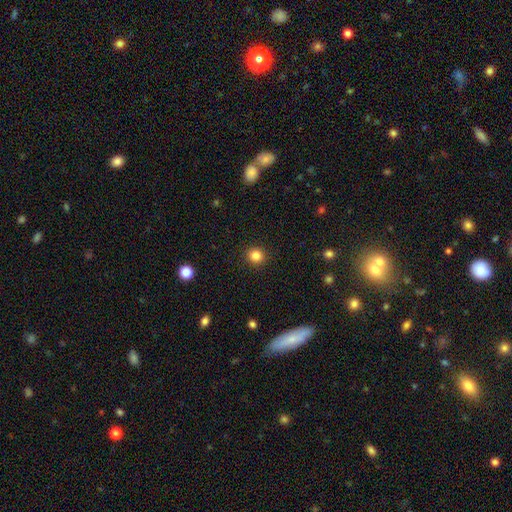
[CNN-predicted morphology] A smooth galaxy with no disk features (84%) that is round (92%).

Vote fractions:
- Smooth or featured? smooth: 84% / star or artifact: 12% / featured or disk: 4%
- How rounded? round: 92% / in between: 7% / cigar-shaped: 1%
- Merging? none: 92% / minor disturbance: 5% / major disturbance: 2% / merger: 1%